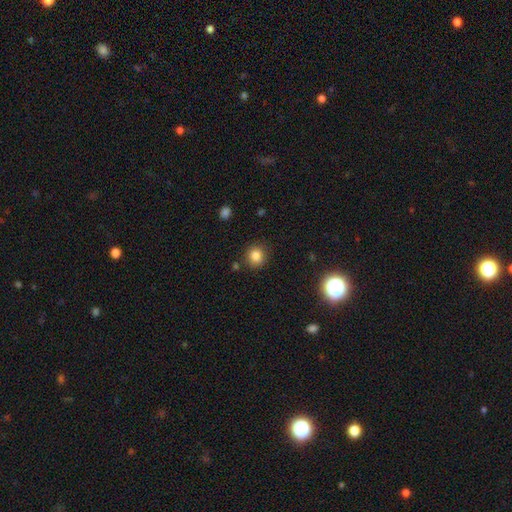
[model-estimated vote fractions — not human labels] A smooth galaxy with no disk features (83%) that is round (88%). Merging: none (87%).